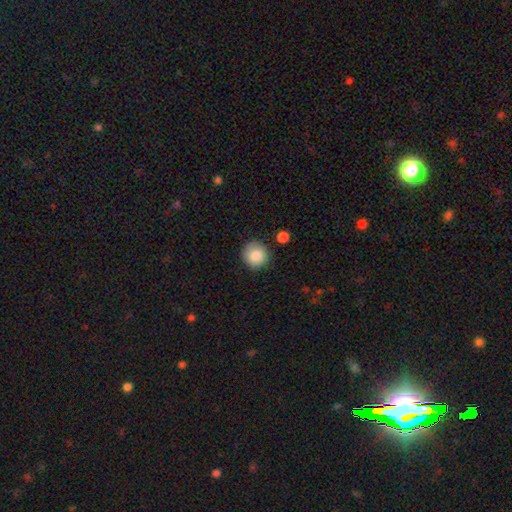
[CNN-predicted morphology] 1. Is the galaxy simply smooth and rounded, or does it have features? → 87% smooth, 8% star or artifact, 5% featured or disk.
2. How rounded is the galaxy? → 93% round, 7% in between, 1% cigar-shaped.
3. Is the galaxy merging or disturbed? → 84% none, 10% minor disturbance, 3% merger, 3% major disturbance.